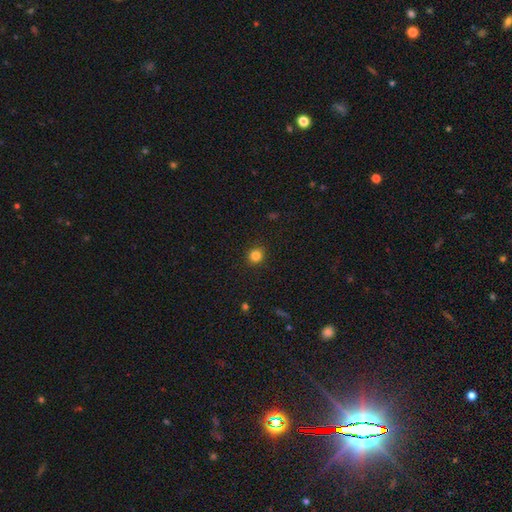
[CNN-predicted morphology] Q: Smooth or featured?
A: smooth (84%); runner-up: star or artifact (12%)
Q: How rounded?
A: round (90%); runner-up: in between (9%)
Q: Merging?
A: none (91%); runner-up: minor disturbance (6%)